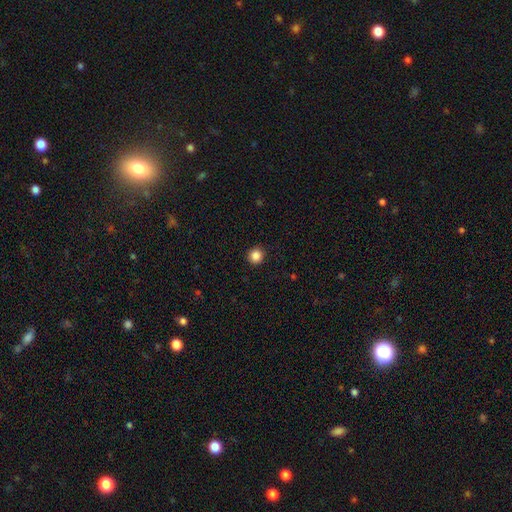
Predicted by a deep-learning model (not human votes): Overall: smooth (86%). How rounded: round (93%). Merging: none (92%).